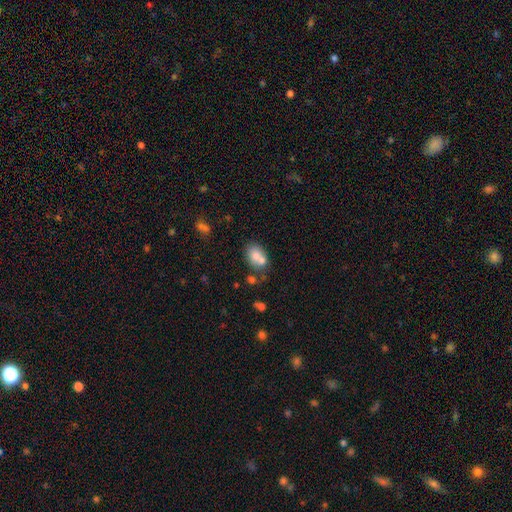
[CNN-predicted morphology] Overall: smooth (73%). How rounded: in between (73%). Merging: none (43%; merger 39%).